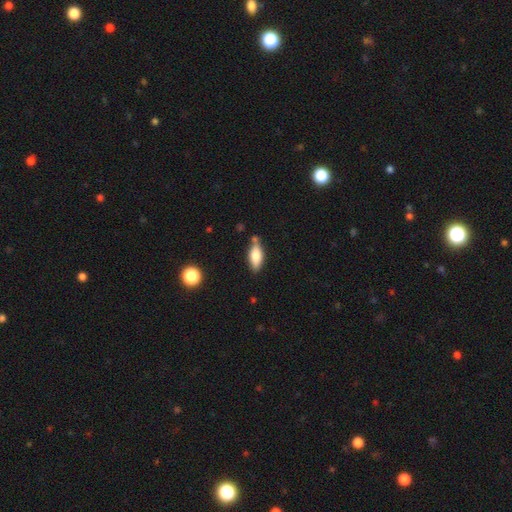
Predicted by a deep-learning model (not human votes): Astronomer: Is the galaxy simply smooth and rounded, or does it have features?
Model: smooth — 74%.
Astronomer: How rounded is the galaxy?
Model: in between — 78%.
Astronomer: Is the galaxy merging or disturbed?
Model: none — 69%.